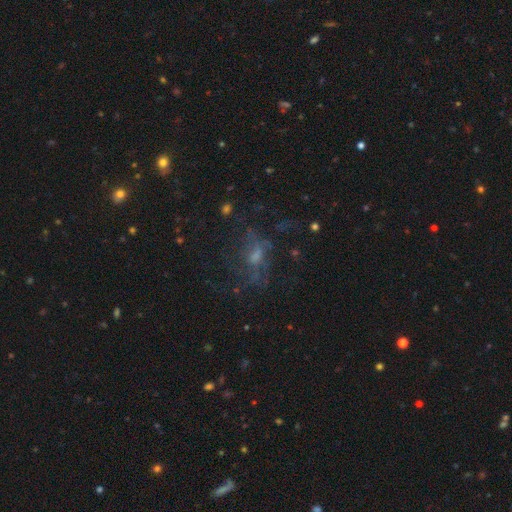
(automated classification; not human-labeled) The model was most divided on "smooth or featured": featured or disk: 49%, smooth: 26%, star or artifact: 25%. More confident: merging — none (52%).